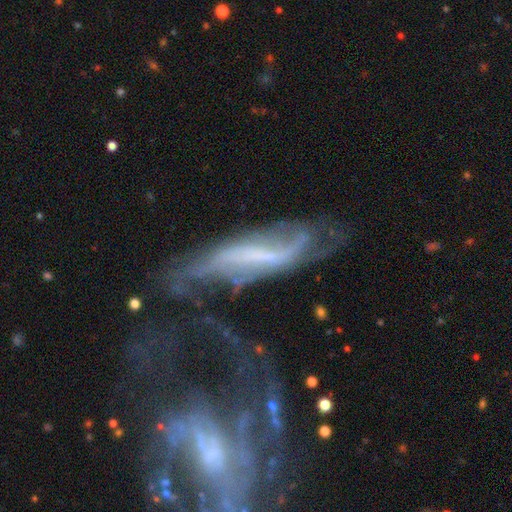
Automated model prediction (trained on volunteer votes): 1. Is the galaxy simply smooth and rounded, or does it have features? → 73% featured or disk, 18% smooth, 9% star or artifact.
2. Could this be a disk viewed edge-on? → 76% no, 24% yes.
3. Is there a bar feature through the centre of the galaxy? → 44% strong, 30% weak, 25% no.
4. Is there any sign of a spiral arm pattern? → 79% yes, 21% no.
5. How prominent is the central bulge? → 48% none, 29% small, 17% moderate, 4% large, 2% dominant.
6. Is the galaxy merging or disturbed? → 34% none, 29% major disturbance, 22% minor disturbance, 15% merger.